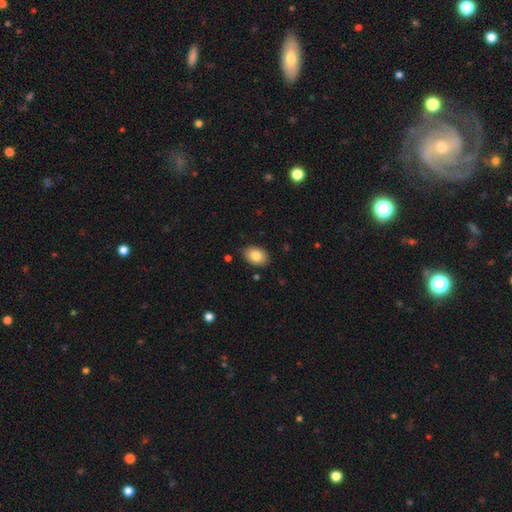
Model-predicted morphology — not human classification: Q: Smooth or featured?
A: smooth (83%); runner-up: featured or disk (9%)
Q: How rounded?
A: in between (80%); runner-up: round (19%)
Q: Merging?
A: none (86%); runner-up: minor disturbance (10%)